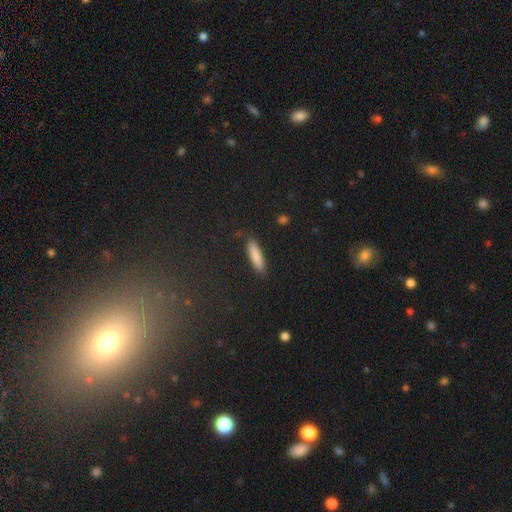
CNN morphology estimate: smooth 85%, featured or disk 9%, star or artifact 6%. Down the decision tree: how rounded — cigar-shaped (81%); merging — none (88%).